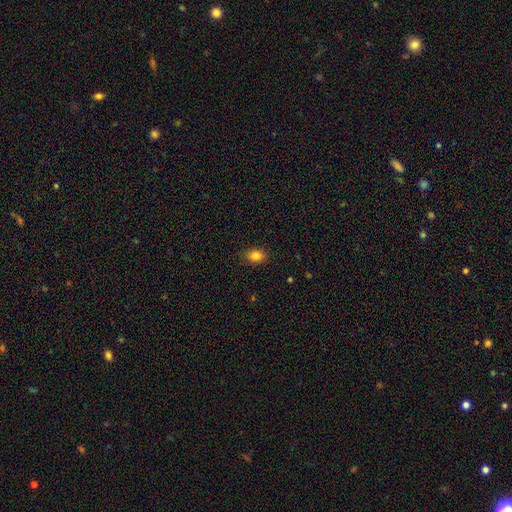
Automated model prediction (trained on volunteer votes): The model was most divided on "how rounded": in between: 67%, round: 32%, cigar-shaped: 1%. More confident: merging — none (86%); smooth or featured — smooth (84%).